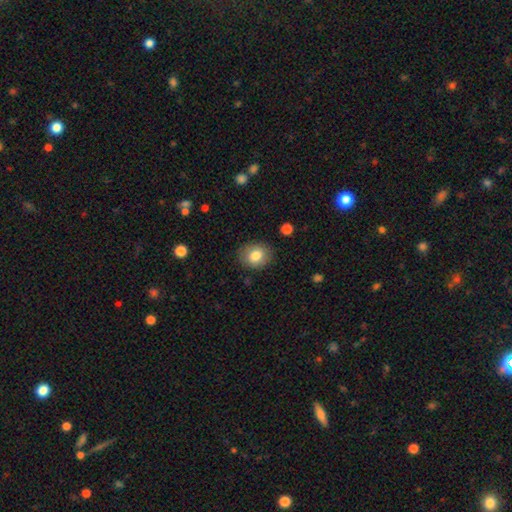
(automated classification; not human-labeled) A smooth galaxy with no disk features (81%) that is round (58%).

Vote fractions:
- Smooth or featured? smooth: 81% / featured or disk: 10% / star or artifact: 9%
- How rounded? round: 58% / in between: 41% / cigar-shaped: 1%
- Merging? none: 86% / minor disturbance: 10% / major disturbance: 3% / merger: 1%